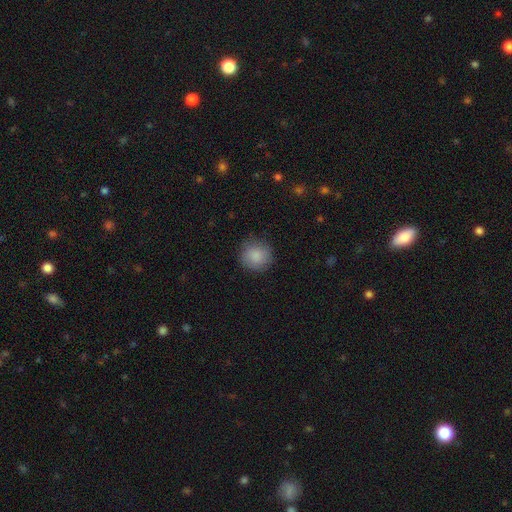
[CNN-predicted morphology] The model was most divided on "merging": none: 83%, minor disturbance: 12%, major disturbance: 3%, merger: 1%. More confident: how rounded — round (91%); smooth or featured — smooth (87%).